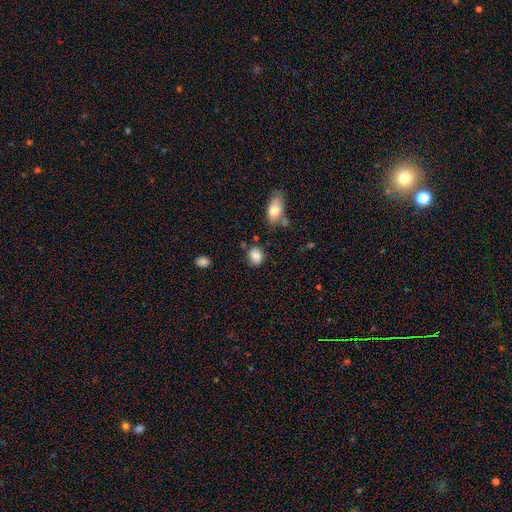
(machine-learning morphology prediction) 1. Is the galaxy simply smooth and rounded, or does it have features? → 83% smooth, 9% star or artifact, 9% featured or disk.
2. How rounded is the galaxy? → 55% round, 44% in between, 2% cigar-shaped.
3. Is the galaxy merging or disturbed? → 72% none, 19% minor disturbance, 5% merger, 5% major disturbance.